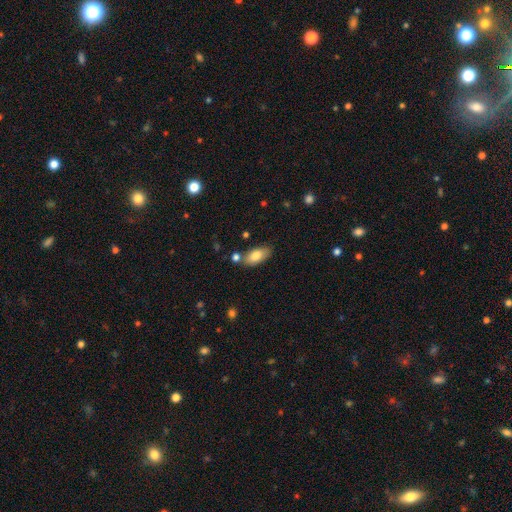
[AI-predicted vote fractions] Overall: smooth (81%). How rounded: in between (89%). Merging: none (72%).